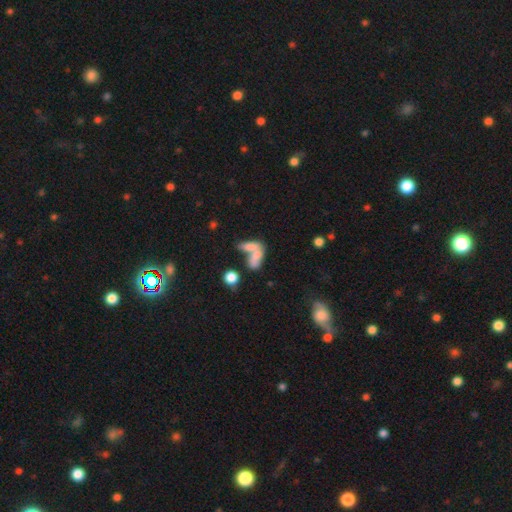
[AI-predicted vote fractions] Smooth or featured: smooth — 68% (featured or disk — 21%)
How rounded: in between — 76% (cigar-shaped — 16%)
Merging: merger — 64% (none — 21%)